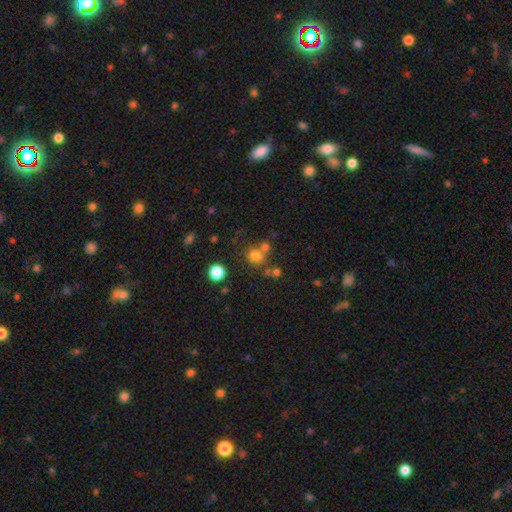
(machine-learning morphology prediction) smooth_or_featured: smooth (p=0.74) [alt: star or artifact p=0.18]
how_rounded: round (p=0.81) [alt: in between p=0.18]
merging: none (p=0.58) [alt: merger p=0.28]